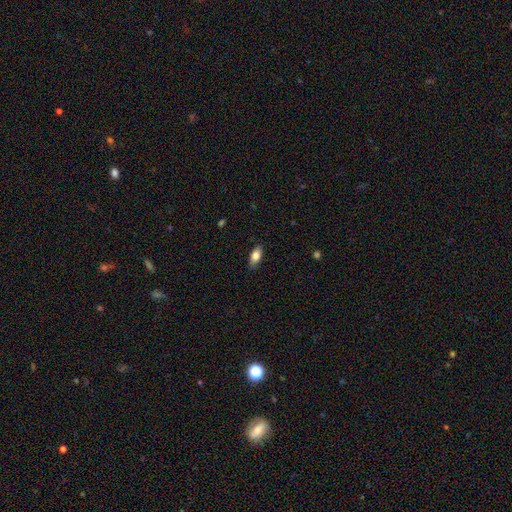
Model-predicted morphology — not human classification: smooth-or-featured: smooth: 77% | featured or disk: 16% | star or artifact: 7%
  how-rounded: in between: 85% | cigar-shaped: 12% | round: 4%
  merging: none: 86% | minor disturbance: 11% | major disturbance: 2% | merger: 1%